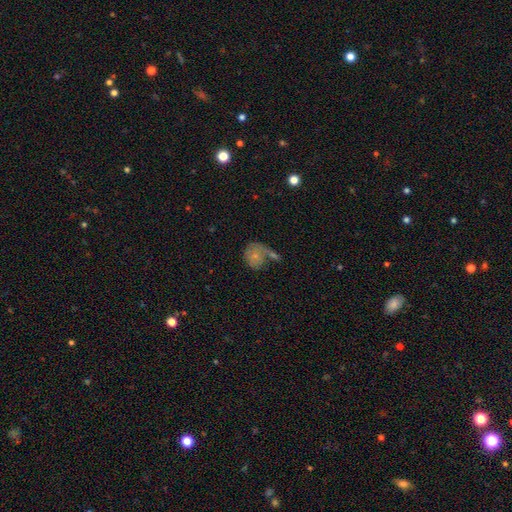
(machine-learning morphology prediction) Smooth or featured? smooth (65%)
How rounded? round (68%)
Merging? none (36%)